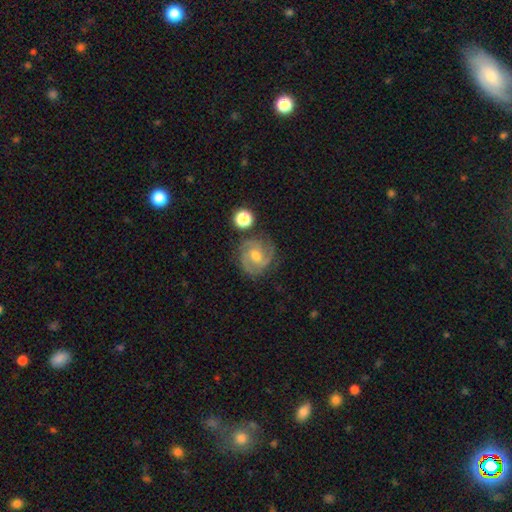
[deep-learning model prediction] Overall: featured or disk (82%). Edge-on disk: no (98%). Bar: no (46%; weak 44%). Spiral arms: yes (97%). Spiral arm count: 3 (43%; 2 36%). Spiral winding: tight (46%; medium 45%). Bulge size: moderate (68%). Merging: none (77%).